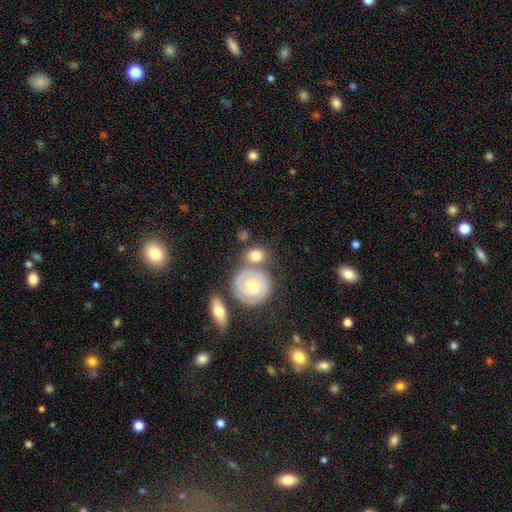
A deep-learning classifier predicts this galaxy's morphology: The model was most divided on "smooth or featured": smooth: 63%, featured or disk: 30%, star or artifact: 6%. More confident: how rounded — round (72%); merging — none (59%).